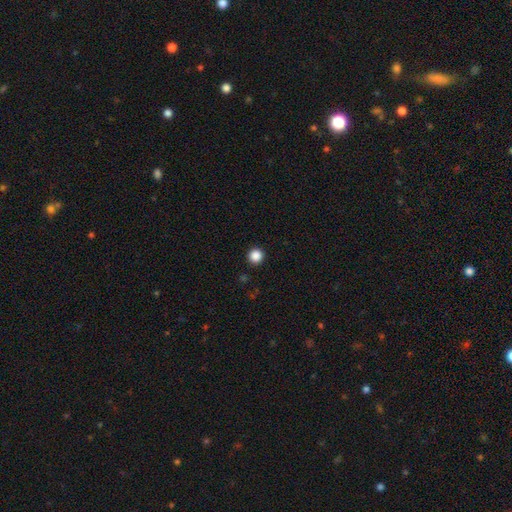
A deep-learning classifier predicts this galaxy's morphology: This is clearly a smooth galaxy (87%). How rounded: clearly round (96%). Merging: clearly none (93%).